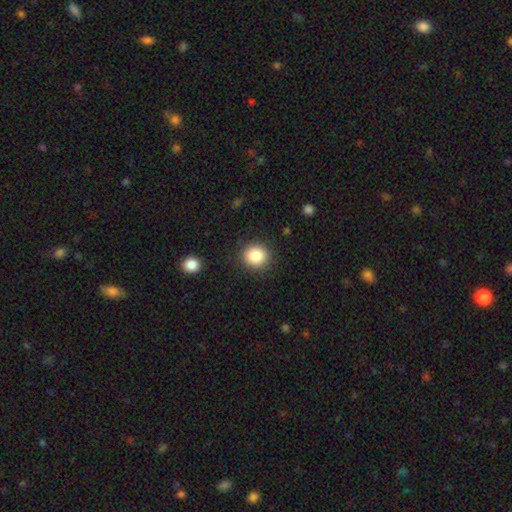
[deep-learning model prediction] Q: Smooth or featured?
A: smooth (85%); runner-up: star or artifact (9%)
Q: How rounded?
A: round (87%); runner-up: in between (12%)
Q: Merging?
A: none (89%); runner-up: minor disturbance (7%)